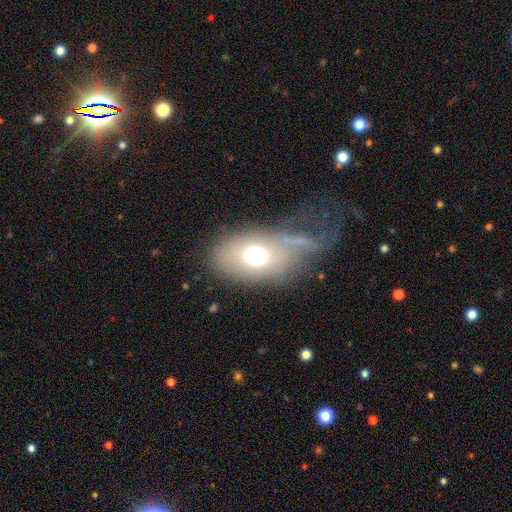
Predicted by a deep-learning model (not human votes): This appears to be a smooth galaxy with no disk features (63%) that is in between round and cigar-shaped (77%). Merging: none (41%).